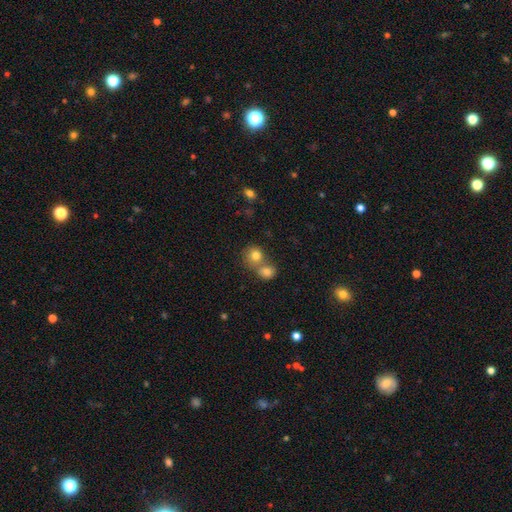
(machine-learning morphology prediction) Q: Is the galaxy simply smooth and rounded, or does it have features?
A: smooth — 79%.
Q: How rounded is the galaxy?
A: round — 82%.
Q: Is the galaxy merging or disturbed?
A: merger — 53%.